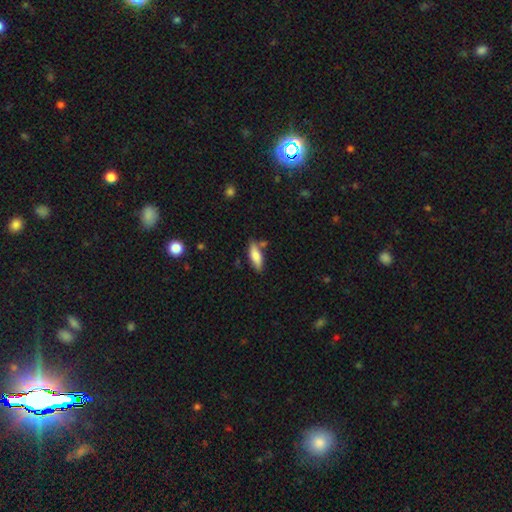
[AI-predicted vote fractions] Smooth or featured? smooth (78%)
How rounded? in between (55%)
Merging? none (74%)